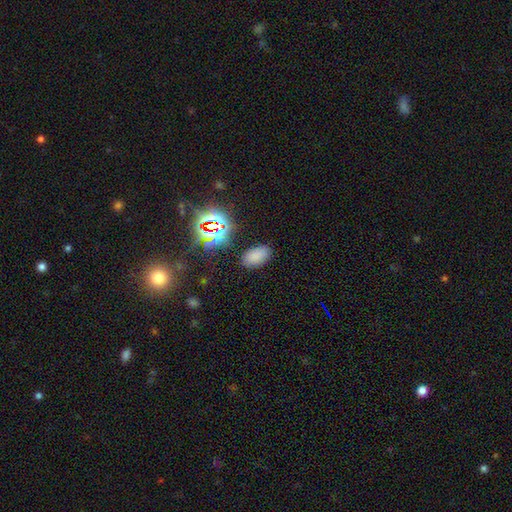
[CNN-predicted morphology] The model was most divided on "smooth or featured": smooth: 75%, star or artifact: 20%, featured or disk: 5%. More confident: how rounded — in between (93%); merging — none (85%).